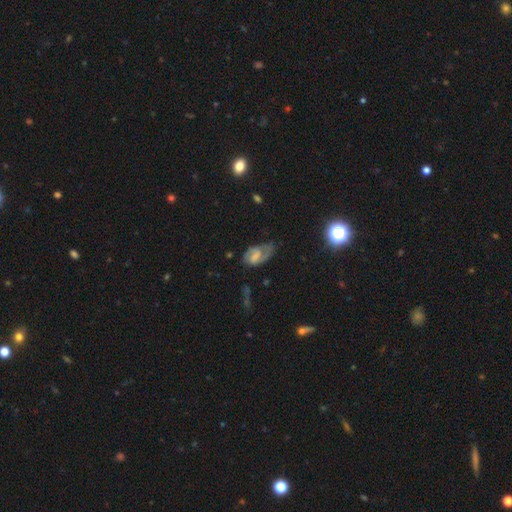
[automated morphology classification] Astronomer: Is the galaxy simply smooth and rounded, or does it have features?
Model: featured or disk — 52% (runner-up: smooth, 38%).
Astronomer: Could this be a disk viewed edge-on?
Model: no — 95%.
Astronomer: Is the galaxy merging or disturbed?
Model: none — 40% (runner-up: minor disturbance, 32%).